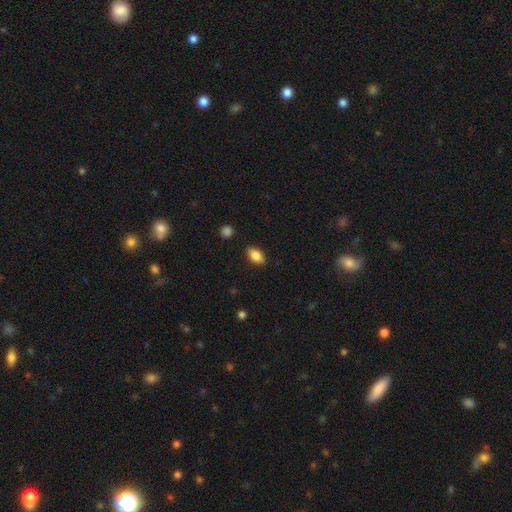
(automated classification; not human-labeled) smooth 86%, star or artifact 8%, featured or disk 6%. Down the decision tree: how rounded — in between (88%); merging — none (87%).